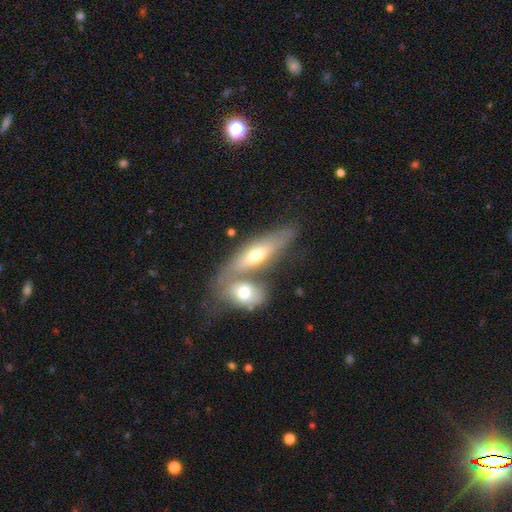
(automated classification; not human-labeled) The model was most divided on "smooth or featured": smooth: 52%, featured or disk: 42%, star or artifact: 6%. Remaining: how rounded — in between (54%); merging — merger (49%).